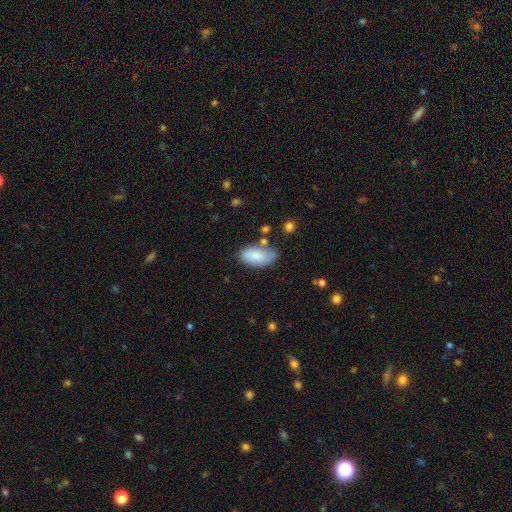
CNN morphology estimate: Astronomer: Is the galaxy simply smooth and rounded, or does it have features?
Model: smooth — 81%.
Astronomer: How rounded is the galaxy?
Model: in between — 94%.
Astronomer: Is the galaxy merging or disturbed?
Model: none — 58%.